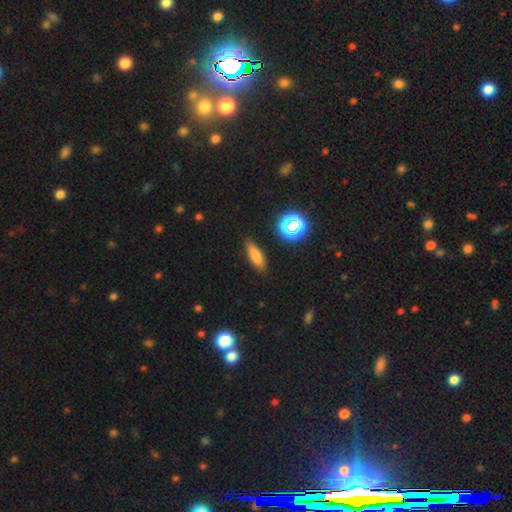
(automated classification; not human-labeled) smooth_or_featured: smooth (p=0.74) [alt: star or artifact p=0.14]
how_rounded: cigar-shaped (p=0.49) [alt: in between p=0.47]
merging: none (p=0.86) [alt: minor disturbance p=0.10]